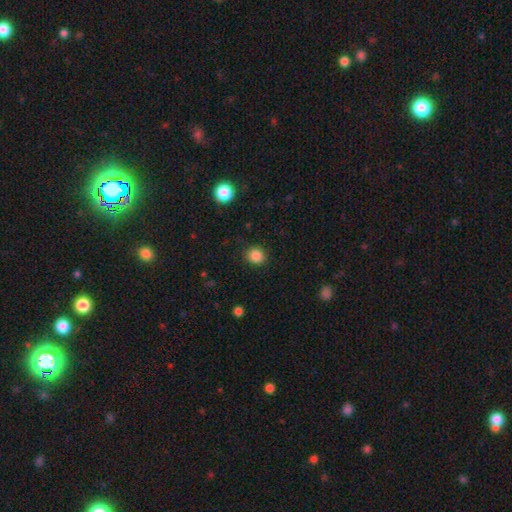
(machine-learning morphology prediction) This is clearly a smooth galaxy (86%). How rounded: clearly round (83%). Merging: clearly none (88%).